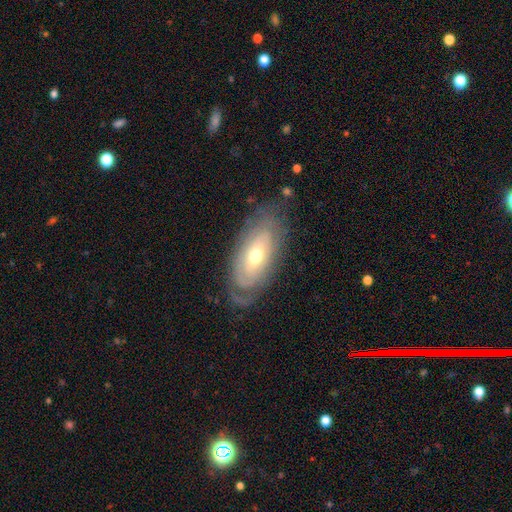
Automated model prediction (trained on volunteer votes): smooth-or-featured: featured or disk: 67% | smooth: 27% | star or artifact: 6%
  disk-edge-on: no: 88% | yes: 12%
    bar: no: 72% | weak: 21% | strong: 6%
    has-spiral-arms: yes: 68% | no: 32%
    bulge-size: moderate: 63% | small: 29% | large: 6% | dominant: 1% | none: 1%
  merging: none: 71% | minor disturbance: 19% | major disturbance: 9% | merger: 1%